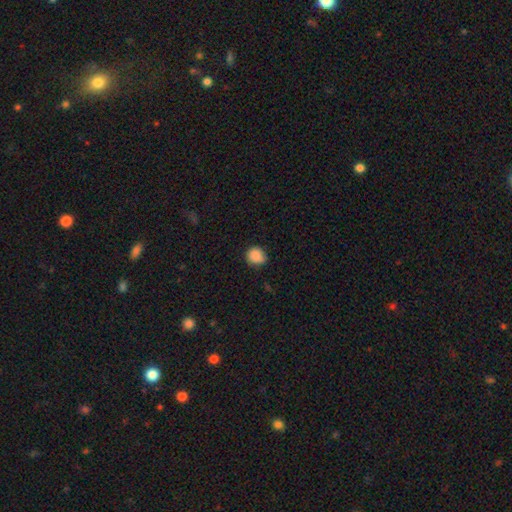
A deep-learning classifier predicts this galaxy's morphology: This appears to be a smooth galaxy with no disk features (87%) that is round (83%). Merging: none (79%).